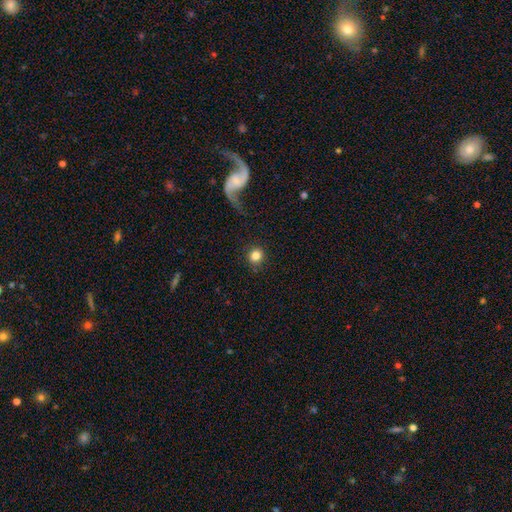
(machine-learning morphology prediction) Smooth or featured? Predicted: smooth (p=0.82). How rounded? Predicted: round (p=0.88). Merging? Predicted: none (p=0.87).